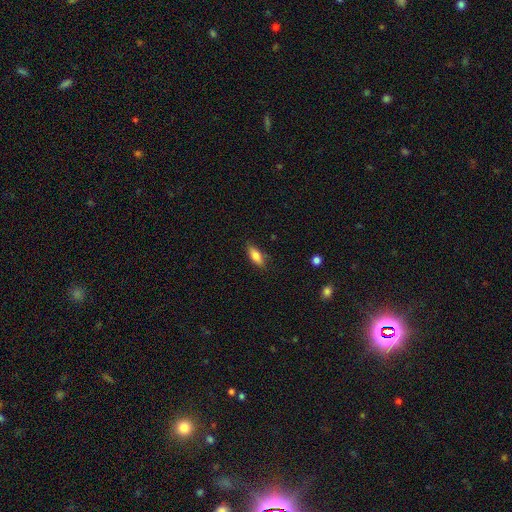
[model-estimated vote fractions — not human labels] Q: Smooth or featured?
A: smooth (79%); runner-up: featured or disk (14%)
Q: How rounded?
A: in between (75%); runner-up: cigar-shaped (22%)
Q: Merging?
A: none (80%); runner-up: minor disturbance (15%)